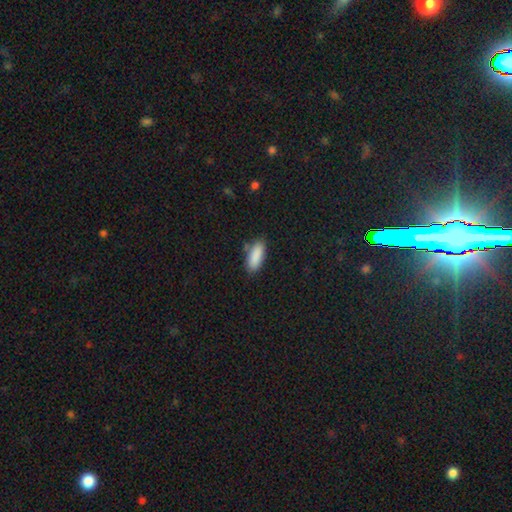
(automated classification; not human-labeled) A smooth galaxy with no disk features (89%) that is in between round and cigar-shaped (73%). Merging: none (79%).